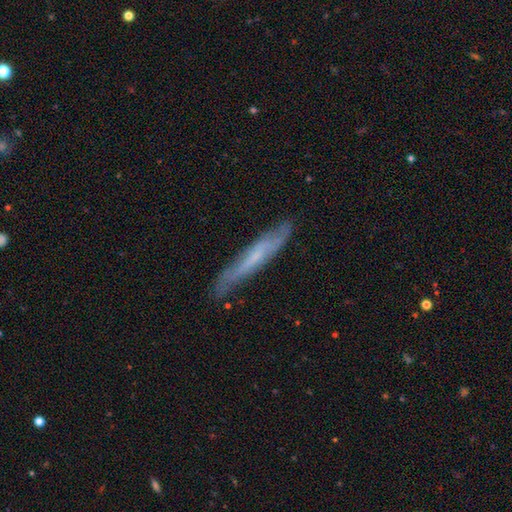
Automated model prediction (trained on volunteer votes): smooth_or_featured: featured or disk (p=0.56) [alt: smooth p=0.37]
disk_edge_on: yes (p=0.74) [alt: no p=0.26]
merging: none (p=0.79) [alt: minor disturbance p=0.16]